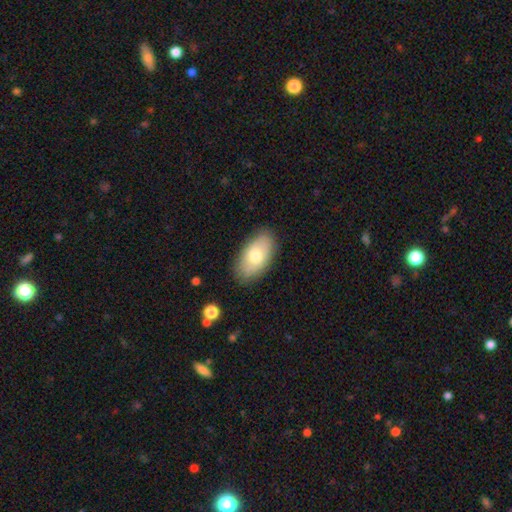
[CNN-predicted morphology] type=smooth (71%); roundness=in between (94%); merging=none (84%).